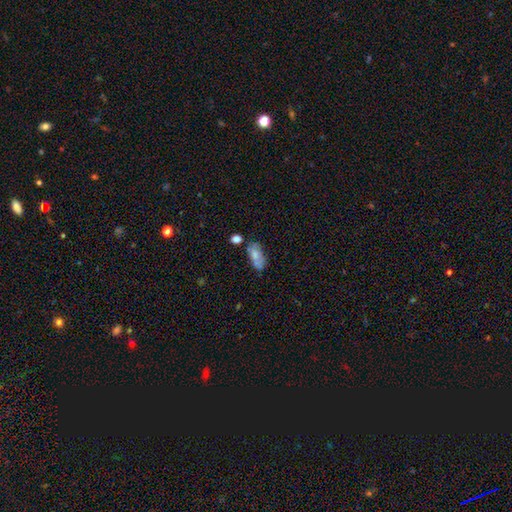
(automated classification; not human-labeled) This is likely a smooth galaxy (72%). How rounded: clearly in between (87%). Merging: possibly none (54%).